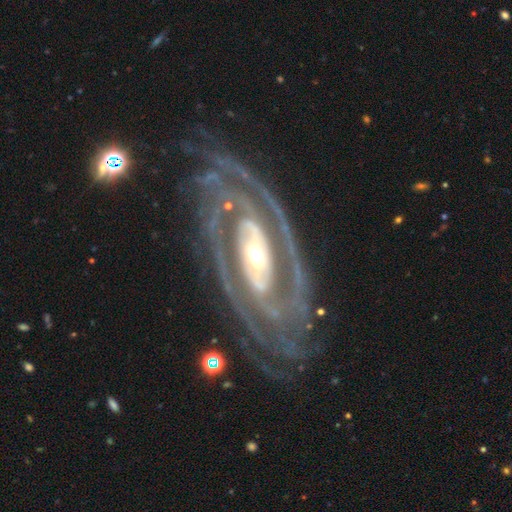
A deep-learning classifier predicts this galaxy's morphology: Smooth or featured? Predicted: featured or disk (p=0.93). Edge-on disk? Predicted: no (p=0.94). Bar? Predicted: strong (p=0.41). Spiral arms? Predicted: yes (p=0.97). Spiral winding? Predicted: tight (p=0.66). Spiral arm count? Predicted: 2 (p=0.64). Bulge size? Predicted: moderate (p=0.63). Merging? Predicted: none (p=0.76).